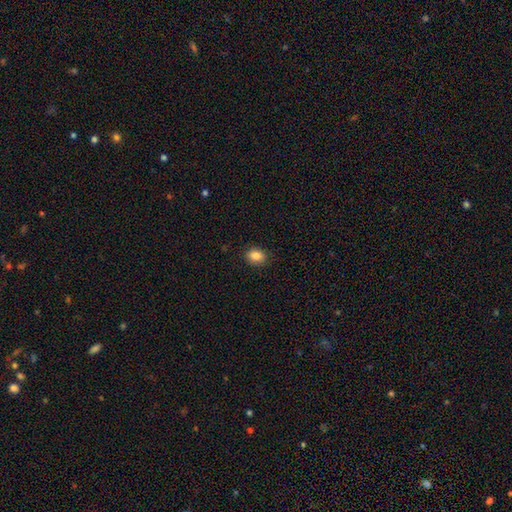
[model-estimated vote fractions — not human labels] Overall: smooth (85%). How rounded: in between (60%; round 39%). Merging: none (88%).